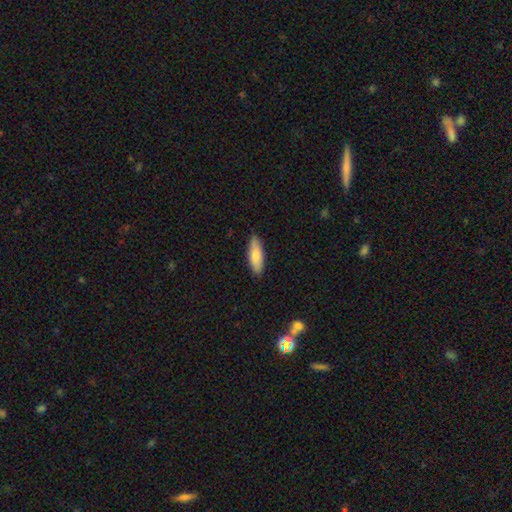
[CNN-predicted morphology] Smooth or featured? smooth (79%)
How rounded? in between (58%)
Merging? none (86%)